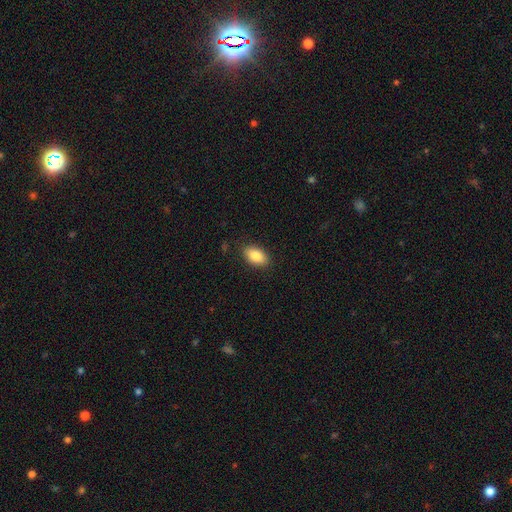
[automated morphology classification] smooth-or-featured: smooth: 85% | featured or disk: 7% | star or artifact: 7%
  how-rounded: in between: 91% | round: 6% | cigar-shaped: 3%
  merging: none: 86% | minor disturbance: 10% | major disturbance: 3% | merger: 1%